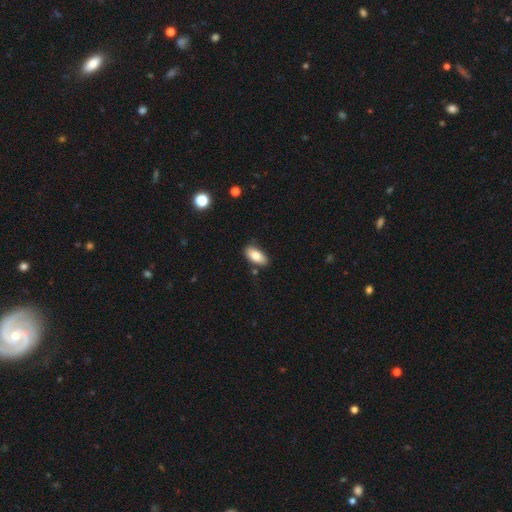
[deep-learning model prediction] This is clearly a smooth galaxy (81%). How rounded: clearly in between (91%). Merging: clearly none (83%).